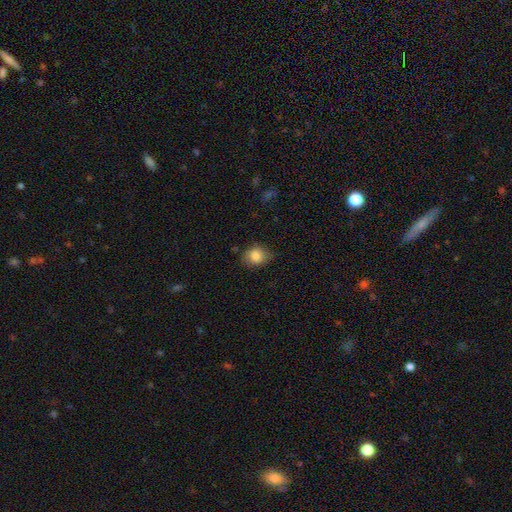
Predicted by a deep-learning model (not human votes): Smooth or featured? Predicted: smooth (p=0.84). How rounded? Predicted: in between (p=0.50). Merging? Predicted: none (p=0.72).